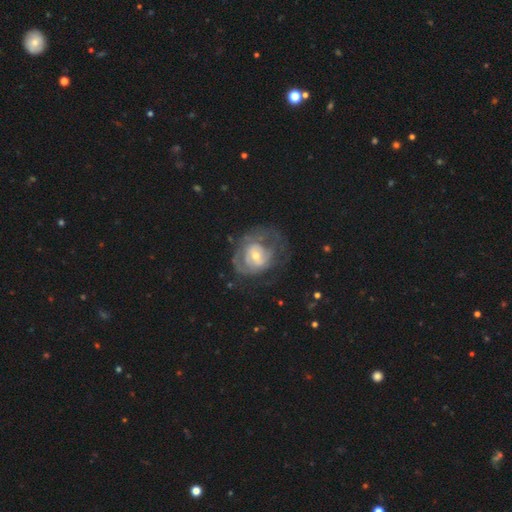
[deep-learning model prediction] This is likely a featured or disk galaxy (72%). It is clearly not viewed edge-on (97%). Bar: possibly no (52%). Spiral arm pattern: likely yes (68%). Central bulge: possibly moderate (48%). Merging: possibly none (49%).